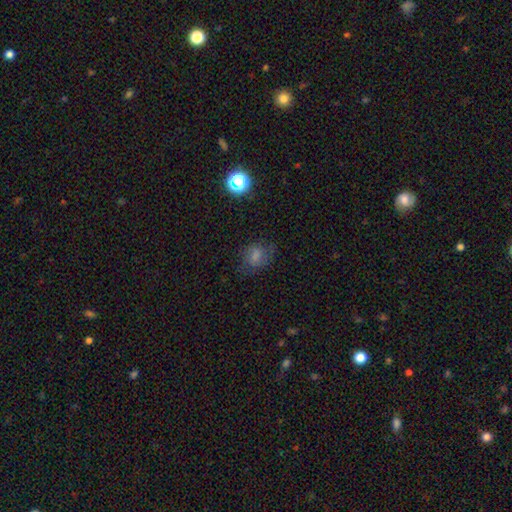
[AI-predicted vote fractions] Smooth or featured? smooth (67%)
How rounded? round (50%)
Merging? none (63%)